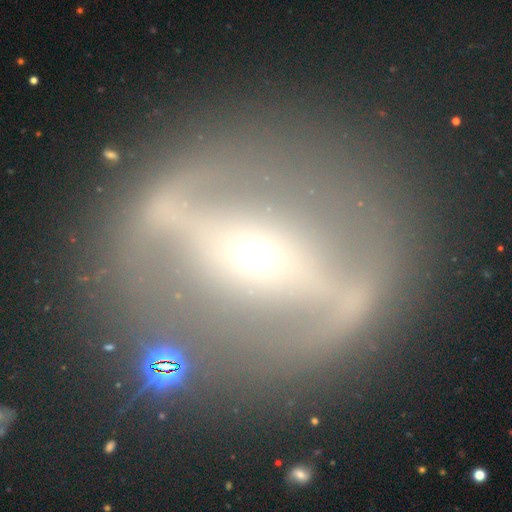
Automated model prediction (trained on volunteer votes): smooth_or_featured: featured or disk (p=0.78) [alt: smooth p=0.13]
disk_edge_on: no (p=0.81) [alt: yes p=0.19]
bar: strong (p=0.73) [alt: weak p=0.14]
has_spiral_arms: no (p=0.63) [alt: yes p=0.37]
bulge_size: small (p=0.74) [alt: moderate p=0.20]
merging: none (p=0.75) [alt: minor disturbance p=0.12]